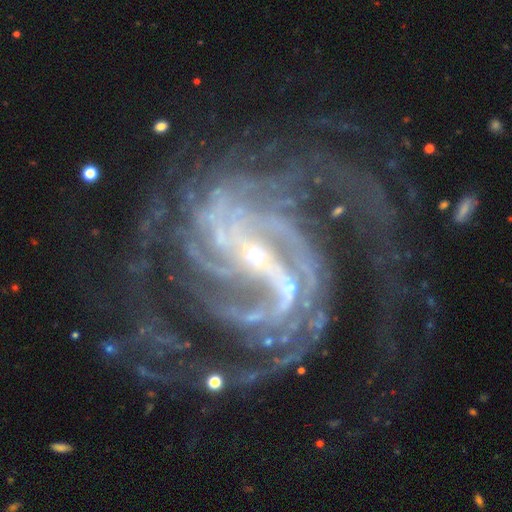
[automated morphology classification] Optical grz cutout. It shows a featured or disk galaxy (92%) with a strong bar (58%), 2 (26%) medium (45%) spiral arms (98%) and a small central bulge (85%). Merging: none (62%).